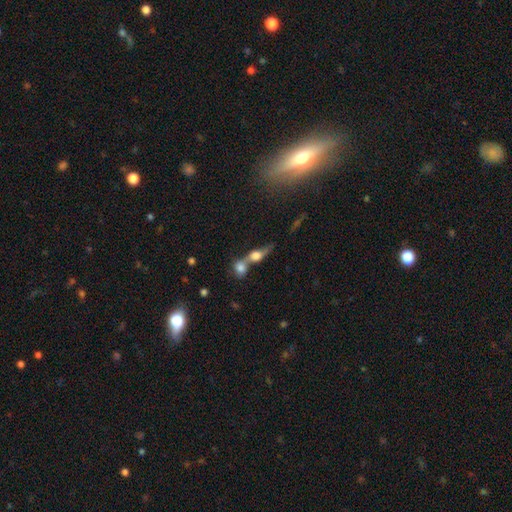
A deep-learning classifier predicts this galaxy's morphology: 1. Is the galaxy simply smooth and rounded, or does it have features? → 53% smooth, 35% featured or disk, 12% star or artifact.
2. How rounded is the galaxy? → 48% in between, 31% round, 21% cigar-shaped.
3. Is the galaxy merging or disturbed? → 67% merger, 21% none, 6% minor disturbance, 5% major disturbance.